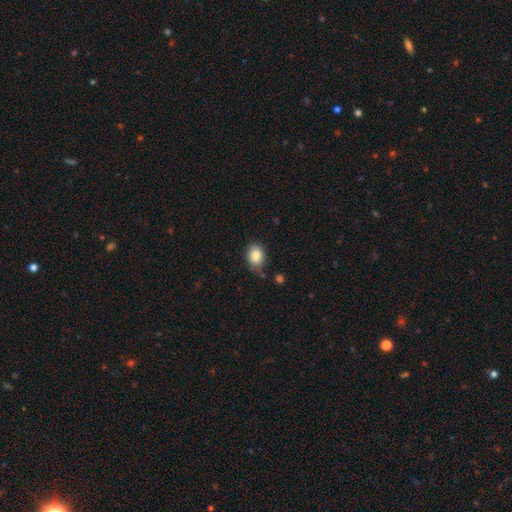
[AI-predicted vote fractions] Q: Smooth or featured?
A: smooth (84%); runner-up: star or artifact (9%)
Q: How rounded?
A: in between (64%); runner-up: round (35%)
Q: Merging?
A: none (70%); runner-up: minor disturbance (23%)